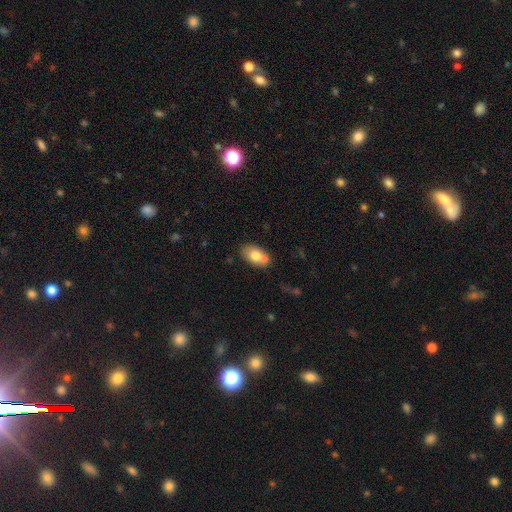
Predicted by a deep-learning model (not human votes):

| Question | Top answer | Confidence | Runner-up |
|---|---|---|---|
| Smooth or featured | smooth | 73% | featured or disk (19%) |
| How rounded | in between | 87% | round (11%) |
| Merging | none | 53% | merger (29%) |